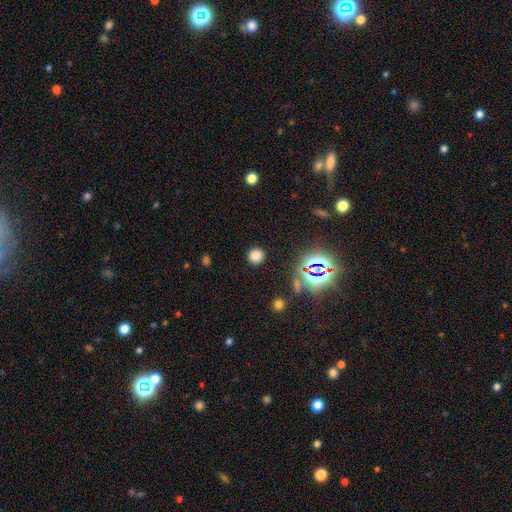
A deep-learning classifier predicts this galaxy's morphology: Overall: smooth (75%). How rounded: round (91%). Merging: none (90%).